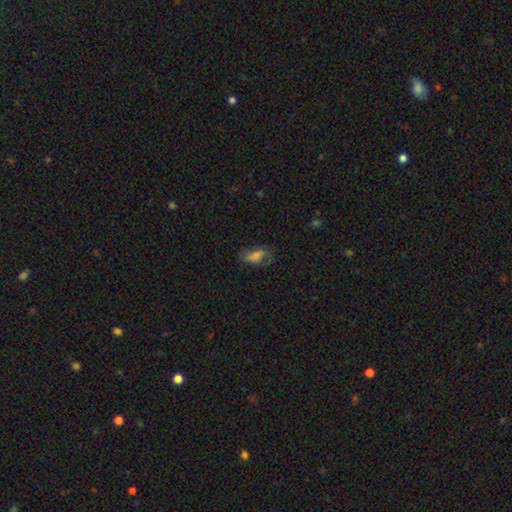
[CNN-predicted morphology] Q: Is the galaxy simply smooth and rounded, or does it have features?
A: smooth — 63%.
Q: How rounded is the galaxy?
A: in between — 80%.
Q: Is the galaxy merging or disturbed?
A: none — 67%.